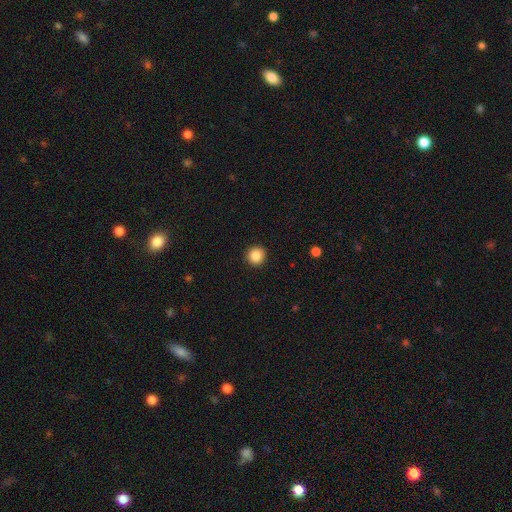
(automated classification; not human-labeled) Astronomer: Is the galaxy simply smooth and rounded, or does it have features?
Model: smooth — 87%.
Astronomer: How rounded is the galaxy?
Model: round — 94%.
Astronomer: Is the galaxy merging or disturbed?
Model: none — 92%.